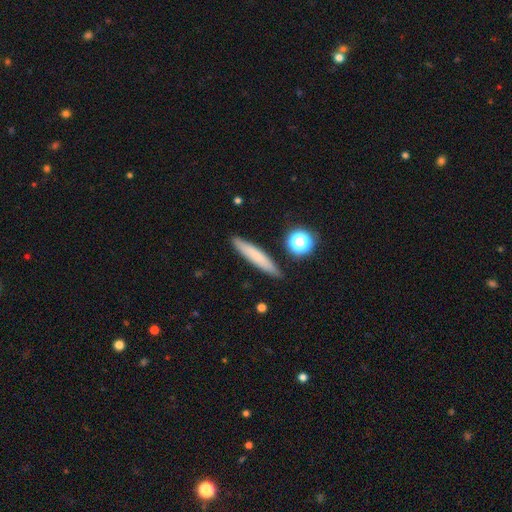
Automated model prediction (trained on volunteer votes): smooth-or-featured: smooth: 71% | featured or disk: 21% | star or artifact: 8%
  how-rounded: cigar-shaped: 90% | in between: 8% | round: 2%
  merging: none: 88% | minor disturbance: 8% | merger: 2% | major disturbance: 2%